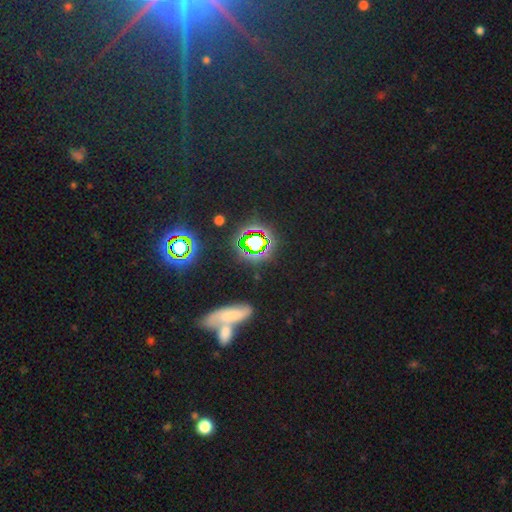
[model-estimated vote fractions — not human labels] star or artifact 56%, smooth 27%, featured or disk 16%.